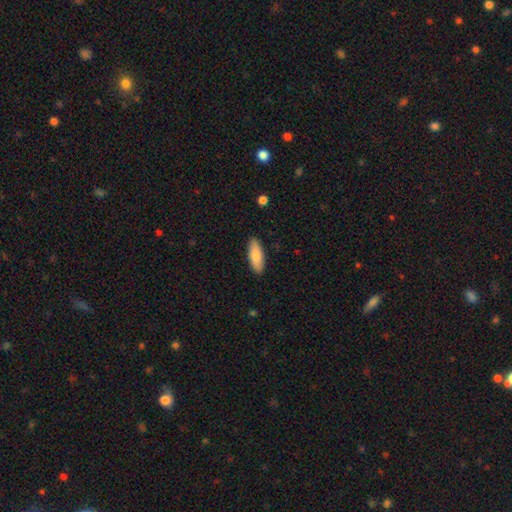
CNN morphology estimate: A smooth galaxy with no disk features (83%) that is in between round and cigar-shaped (66%).

Vote fractions:
- Smooth or featured? smooth: 83% / featured or disk: 12% / star or artifact: 5%
- How rounded? in between: 66% / cigar-shaped: 32% / round: 2%
- Merging? none: 89% / minor disturbance: 8% / major disturbance: 2% / merger: 1%